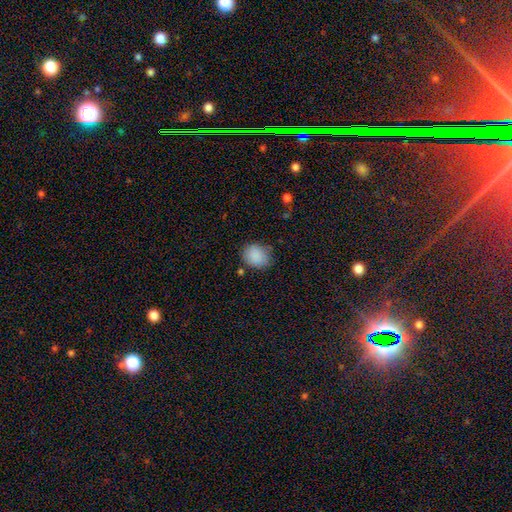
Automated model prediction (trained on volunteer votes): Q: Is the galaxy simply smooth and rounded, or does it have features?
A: smooth — 88%.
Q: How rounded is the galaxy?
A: round — 62%.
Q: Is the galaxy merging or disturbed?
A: none — 76%.